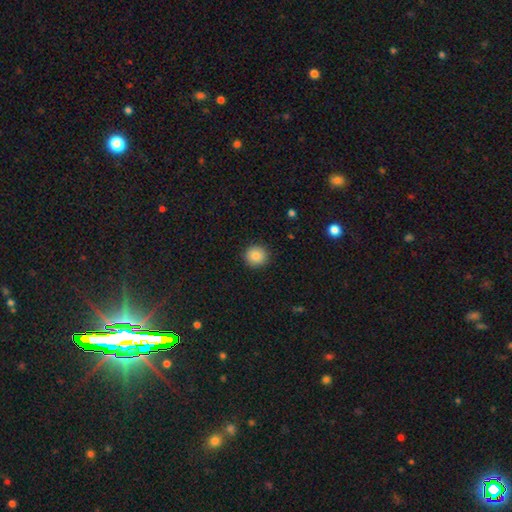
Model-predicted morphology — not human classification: Smooth or featured: smooth — 85% (star or artifact — 9%)
How rounded: round — 93% (in between — 6%)
Merging: none — 92% (minor disturbance — 5%)